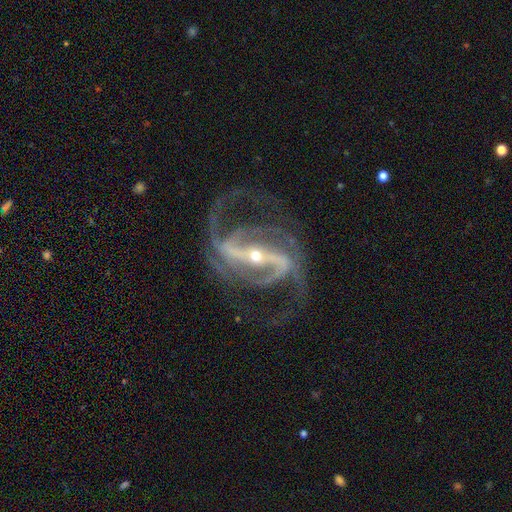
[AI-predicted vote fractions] Smooth or featured?
  - featured or disk: 93% *
  - star or artifact: 5%
  - smooth: 2%
Edge-on disk?
  - no: 97% *
  - yes: 3%
Bar?
  - strong: 80% *
  - weak: 14%
  - no: 6%
Spiral arms?
  - yes: 98% *
  - no: 2%
Spiral winding?
  - medium: 56% *
  - loose: 25%
  - tight: 18%
Spiral arm count?
  - 2: 69% *
  - 3: 14%
  - can't tell: 5%
  - 4: 5%
  - 1: 4%
  - more than 4: 4%
Bulge size?
  - small: 70% *
  - moderate: 27%
  - large: 2%
  - dominant: 1%
  - none: 1%
Merging?
  - none: 68% *
  - major disturbance: 16%
  - minor disturbance: 14%
  - merger: 2%